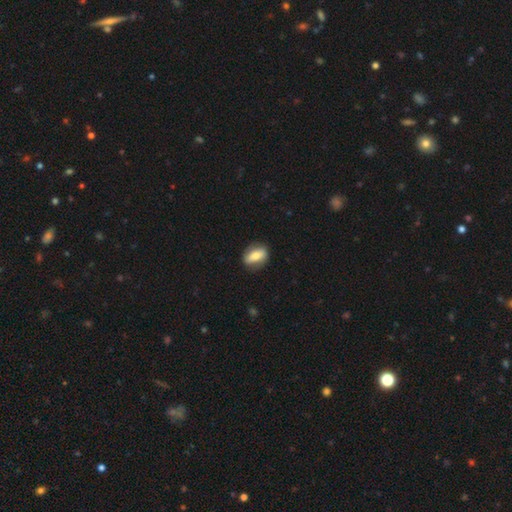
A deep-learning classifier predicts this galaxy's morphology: The model was most divided on "smooth or featured": smooth: 60%, featured or disk: 34%, star or artifact: 7%. More confident: merging — none (80%); how rounded — in between (78%).